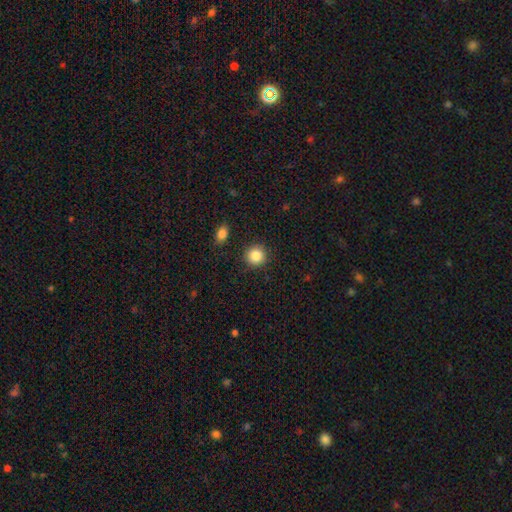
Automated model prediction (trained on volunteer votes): The model was most divided on "smooth or featured": smooth: 86%, star or artifact: 9%, featured or disk: 5%. More confident: how rounded — round (92%); merging — none (90%).